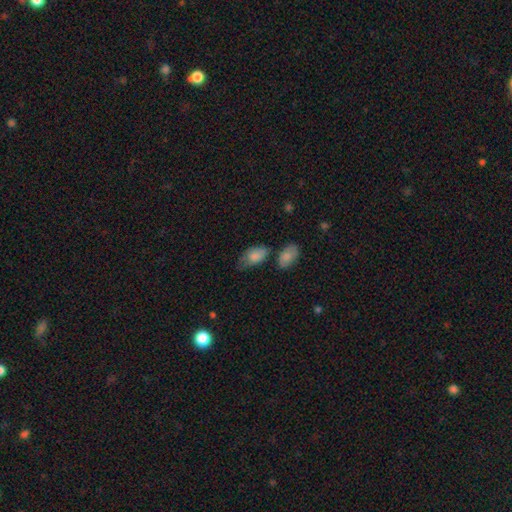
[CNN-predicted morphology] This is clearly a smooth galaxy (82%). How rounded: clearly in between (91%). Merging: possibly none (45%).